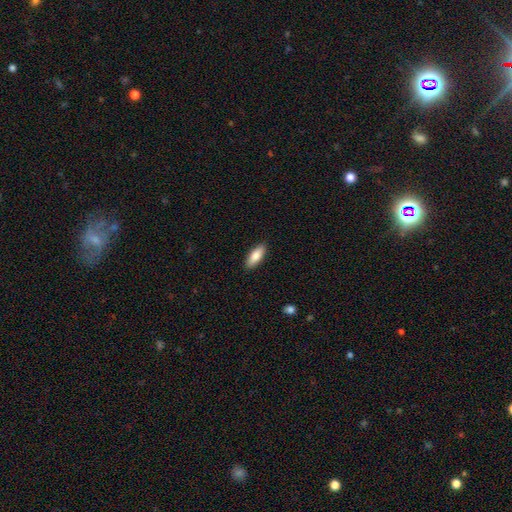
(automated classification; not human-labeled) smooth-or-featured: smooth: 84% | featured or disk: 10% | star or artifact: 6%
  how-rounded: in between: 74% | cigar-shaped: 24% | round: 2%
  merging: none: 90% | minor disturbance: 8% | major disturbance: 2% | merger: 1%